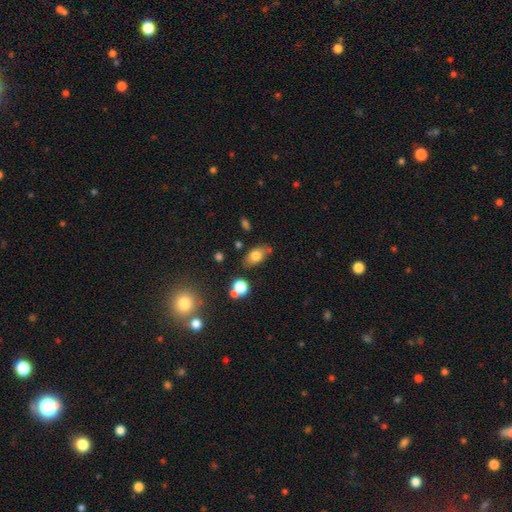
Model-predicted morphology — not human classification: The model was most divided on "merging": none: 71%, minor disturbance: 17%, merger: 8%, major disturbance: 4%. More confident: how rounded — in between (85%); smooth or featured — smooth (75%).